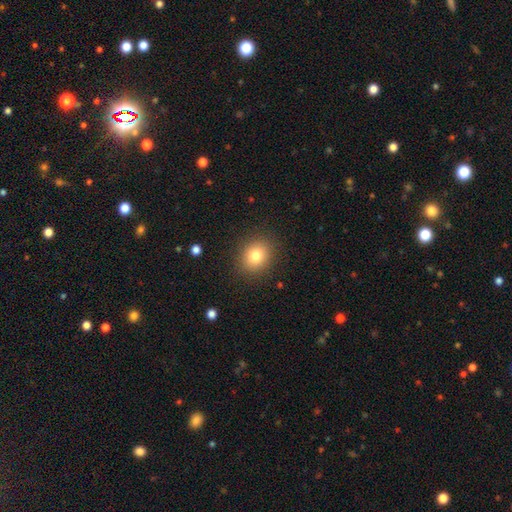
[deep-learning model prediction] Q: Smooth or featured?
A: smooth (81%); runner-up: star or artifact (11%)
Q: How rounded?
A: round (65%); runner-up: in between (34%)
Q: Merging?
A: none (88%); runner-up: minor disturbance (8%)